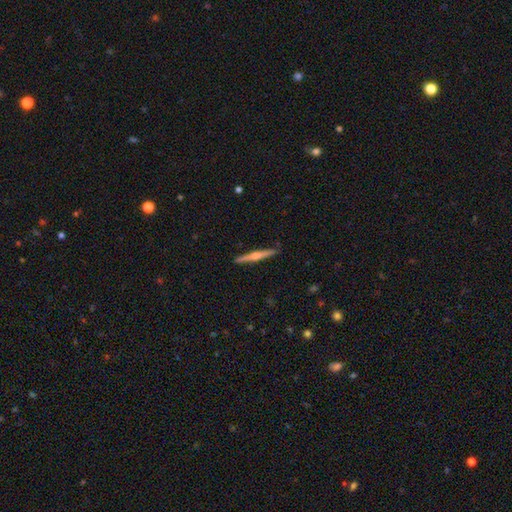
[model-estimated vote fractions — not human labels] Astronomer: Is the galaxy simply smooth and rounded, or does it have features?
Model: featured or disk — 61%.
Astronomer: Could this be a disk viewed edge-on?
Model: yes — 98%.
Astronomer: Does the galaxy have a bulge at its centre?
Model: rounded — 76%.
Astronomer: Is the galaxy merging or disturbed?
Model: none — 91%.